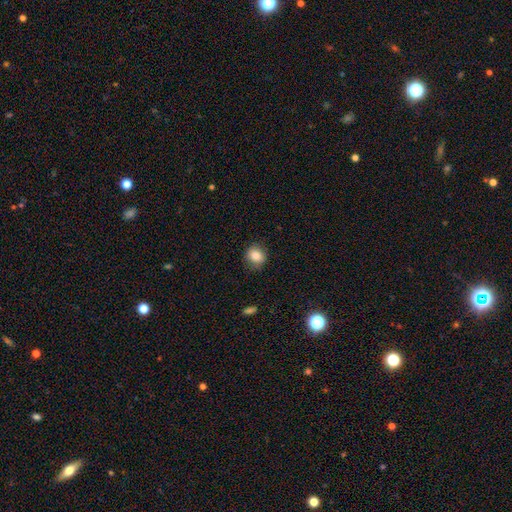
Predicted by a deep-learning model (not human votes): A smooth galaxy with no disk features (83%) that is round (74%).

Vote fractions:
- Smooth or featured? smooth: 83% / star or artifact: 10% / featured or disk: 7%
- How rounded? round: 74% / in between: 25% / cigar-shaped: 1%
- Merging? none: 83% / minor disturbance: 13% / major disturbance: 3% / merger: 1%